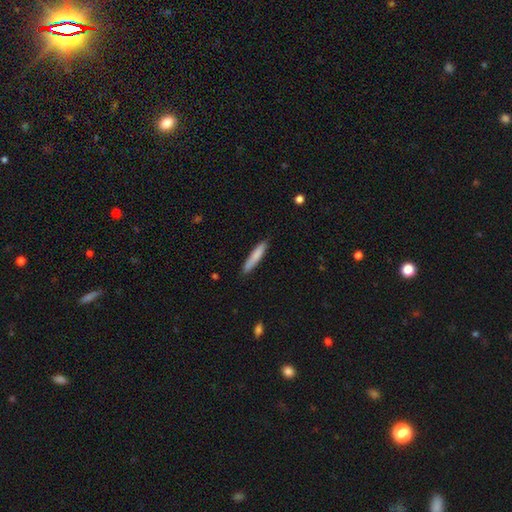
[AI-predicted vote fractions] Smooth or featured? smooth (80%)
How rounded? cigar-shaped (91%)
Merging? none (87%)